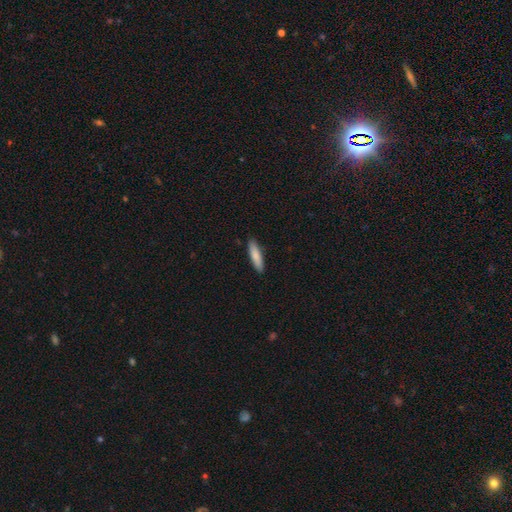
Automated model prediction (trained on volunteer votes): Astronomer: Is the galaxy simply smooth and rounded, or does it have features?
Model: smooth — 85%.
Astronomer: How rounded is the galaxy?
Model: cigar-shaped — 73%.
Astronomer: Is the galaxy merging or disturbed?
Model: none — 89%.